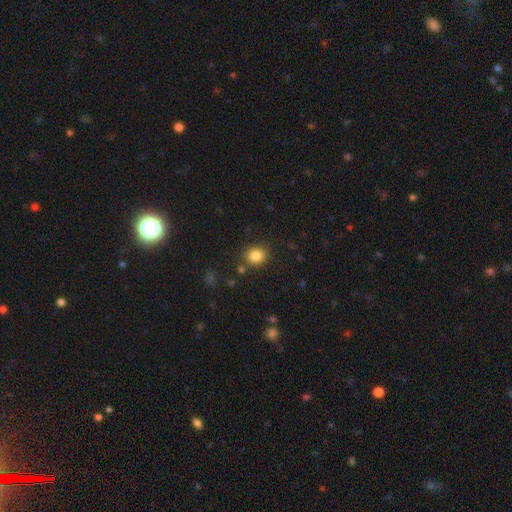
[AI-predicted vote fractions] This is clearly a smooth galaxy (84%). How rounded: likely round (77%). Merging: clearly none (84%).